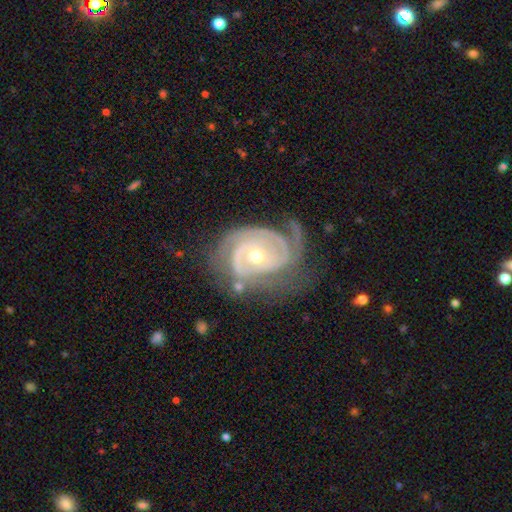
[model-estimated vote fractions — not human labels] featured or disk 91%, star or artifact 5%, smooth 4%. Down the decision tree: edge-on disk — no (97%); bar — no (73%); spiral arms — yes (97%); spiral arm count — 3 (37%); spiral winding — tight (73%); bulge size — moderate (51%); merging — none (56%).